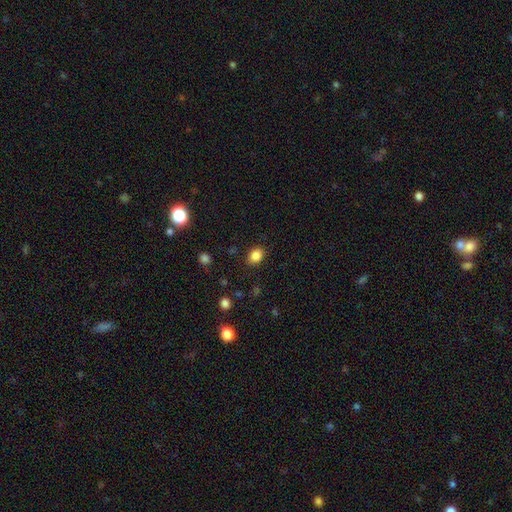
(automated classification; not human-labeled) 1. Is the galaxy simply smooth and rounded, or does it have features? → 85% smooth, 10% star or artifact, 4% featured or disk.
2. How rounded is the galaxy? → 65% in between, 35% round, 1% cigar-shaped.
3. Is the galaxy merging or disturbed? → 86% none, 10% minor disturbance, 3% major disturbance, 1% merger.